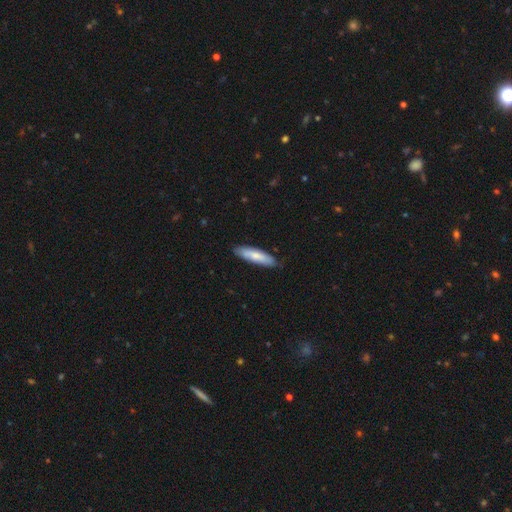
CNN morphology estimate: Q: Smooth or featured?
A: smooth (74%); runner-up: featured or disk (21%)
Q: How rounded?
A: cigar-shaped (69%); runner-up: in between (29%)
Q: Merging?
A: none (83%); runner-up: minor disturbance (14%)